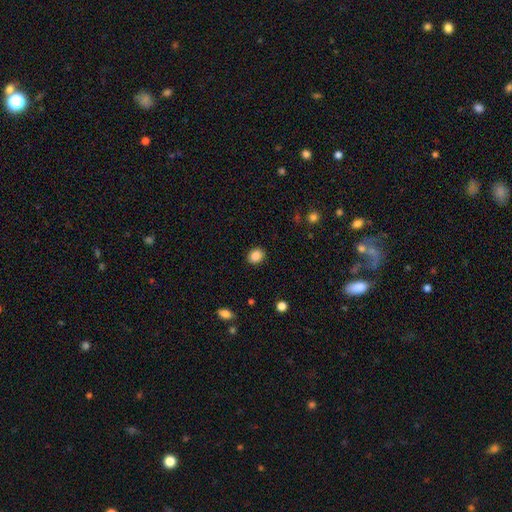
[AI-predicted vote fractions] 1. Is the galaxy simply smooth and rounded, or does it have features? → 87% smooth, 9% star or artifact, 3% featured or disk.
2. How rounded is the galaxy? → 54% round, 45% in between, 1% cigar-shaped.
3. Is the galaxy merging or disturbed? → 90% none, 7% minor disturbance, 2% major disturbance, 1% merger.